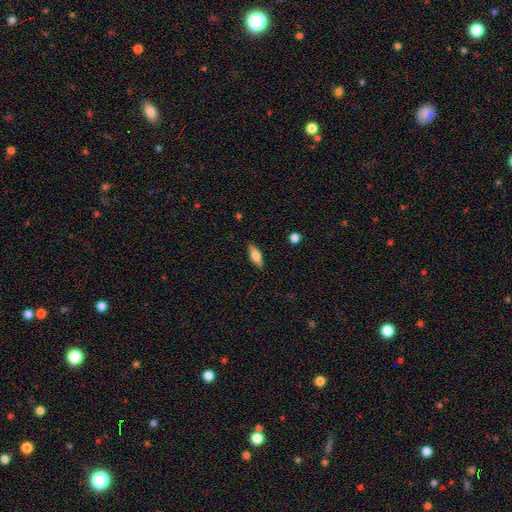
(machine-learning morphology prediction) This appears to be a smooth galaxy with no disk features (65%) that is in between round and cigar-shaped (64%). Merging: none (86%).